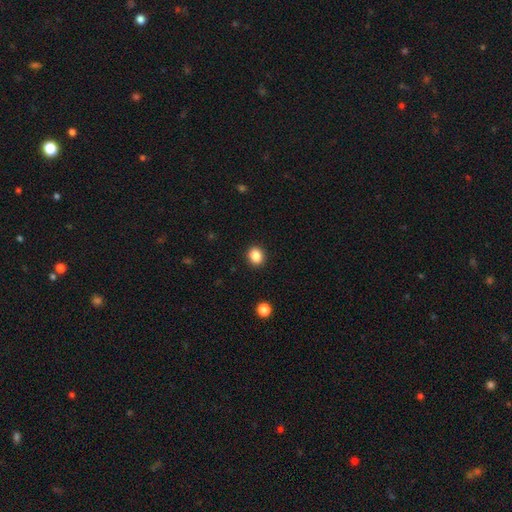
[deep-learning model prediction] A smooth galaxy with no disk features (86%) that is round (62%). Merging: none (91%).